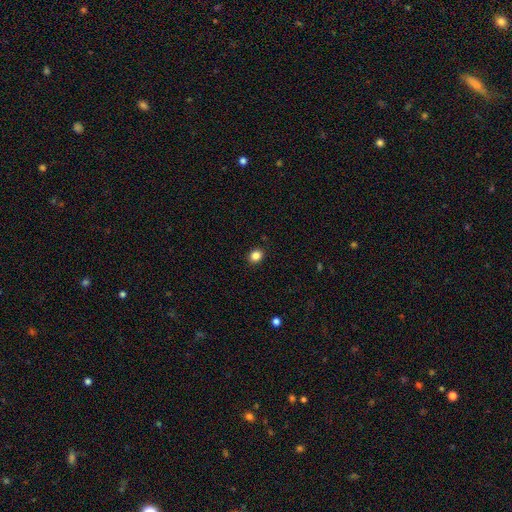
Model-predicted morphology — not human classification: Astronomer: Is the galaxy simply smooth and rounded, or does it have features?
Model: smooth — 85%.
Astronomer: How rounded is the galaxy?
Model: round — 69%.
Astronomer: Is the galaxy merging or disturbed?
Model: none — 91%.